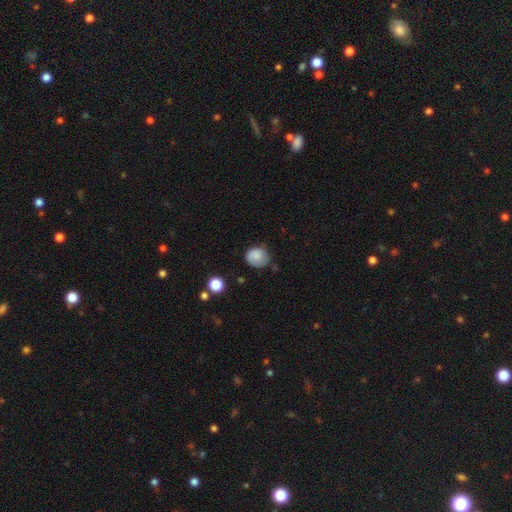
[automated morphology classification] Smooth or featured? Predicted: smooth (p=0.77). How rounded? Predicted: round (p=0.71). Merging? Predicted: none (p=0.61).